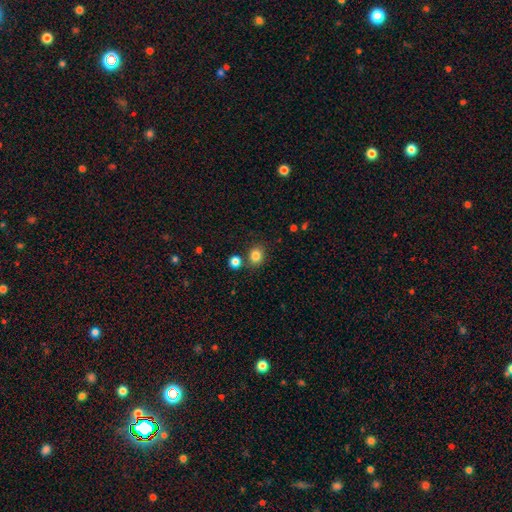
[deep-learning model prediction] A smooth galaxy with no disk features (84%) that is round (70%).

Vote fractions:
- Smooth or featured? smooth: 84% / star or artifact: 12% / featured or disk: 5%
- How rounded? round: 70% / in between: 29% / cigar-shaped: 1%
- Merging? none: 75% / merger: 12% / minor disturbance: 10% / major disturbance: 3%